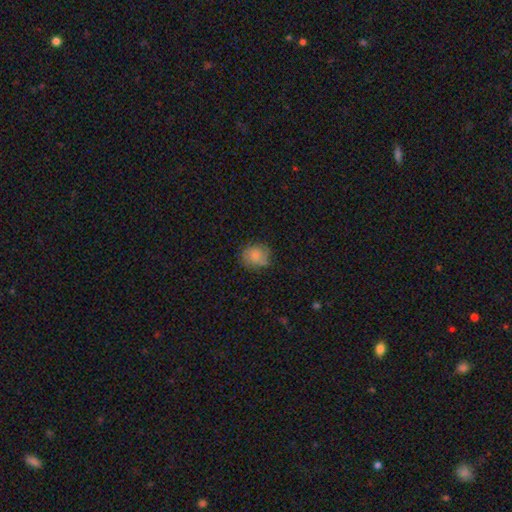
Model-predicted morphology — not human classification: This is likely a smooth galaxy (77%). How rounded: likely round (76%). Merging: likely none (68%).